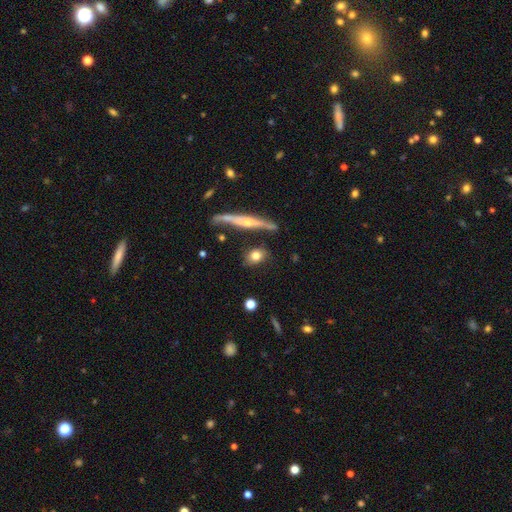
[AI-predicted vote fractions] smooth 74%, featured or disk 18%, star or artifact 8%. Down the decision tree: how rounded — in between (50%); merging — none (75%).